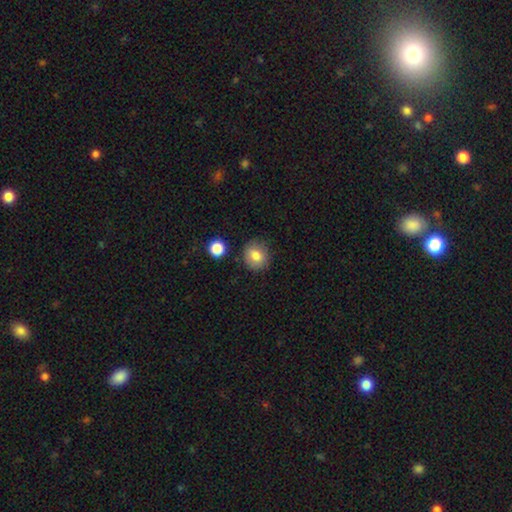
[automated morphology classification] The model was most divided on "how rounded": round: 75%, in between: 24%, cigar-shaped: 1%. More confident: smooth or featured — smooth (82%); merging — none (81%).